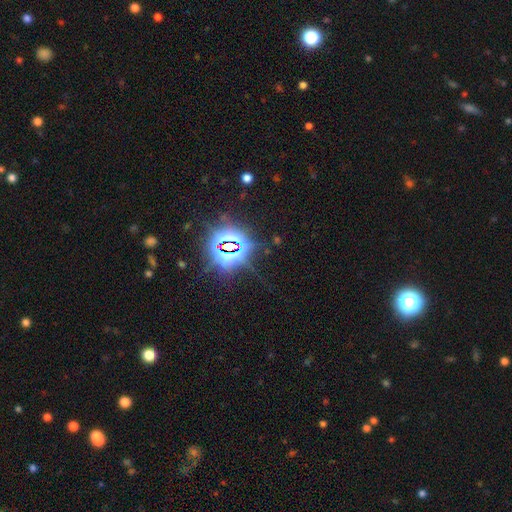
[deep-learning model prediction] This appears to be a star or artifact, not a galaxy (84%).